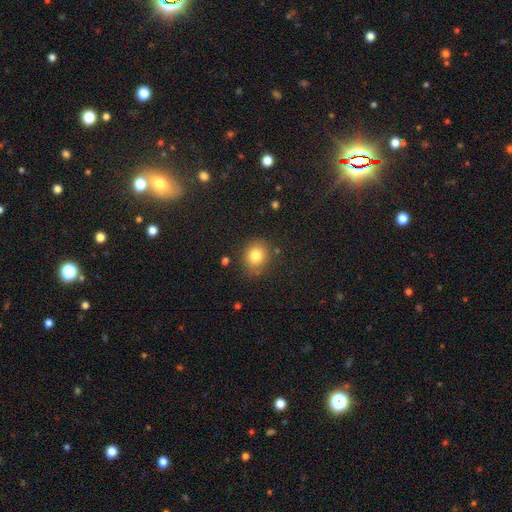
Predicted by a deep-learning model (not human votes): A smooth galaxy with no disk features (81%) that is round (75%).

Vote fractions:
- Smooth or featured? smooth: 81% / star or artifact: 11% / featured or disk: 8%
- How rounded? round: 75% / in between: 24% / cigar-shaped: 1%
- Merging? none: 81% / minor disturbance: 12% / major disturbance: 4% / merger: 3%